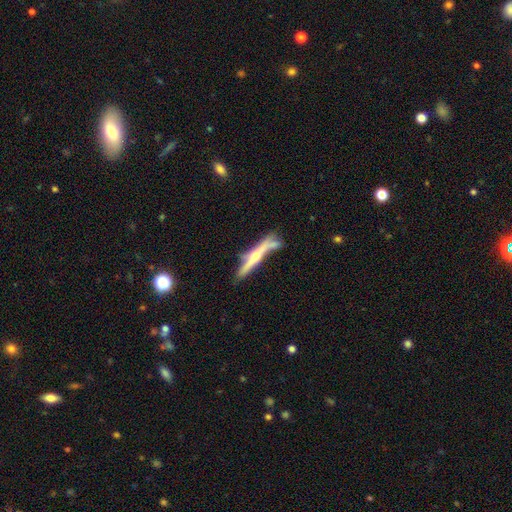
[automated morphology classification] Smooth or featured: featured or disk — 67% (smooth — 27%)
Edge-on disk: yes — 94% (no — 6%)
Edge-on bulge: rounded — 86% (none — 10%)
Merging: none — 57% (minor disturbance — 20%)